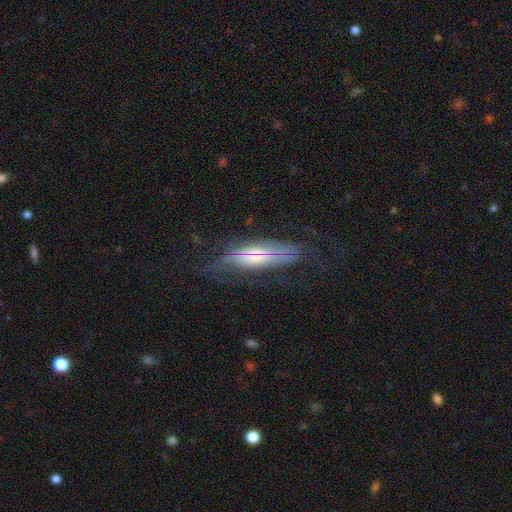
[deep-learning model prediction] This appears to be a featured or disk galaxy (54%) viewed edge-on (53%). Merging: none (60%).